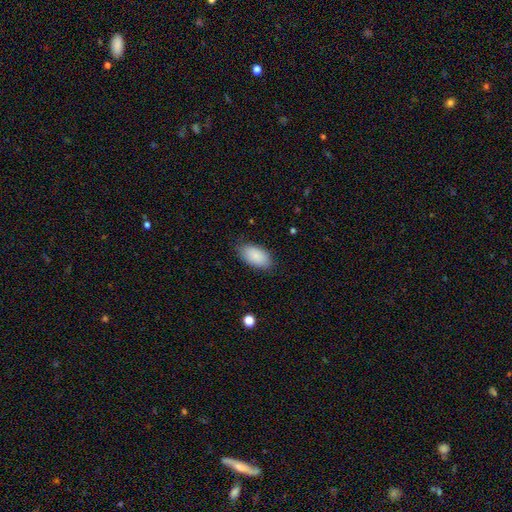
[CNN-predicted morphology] smooth-or-featured: smooth: 86% | featured or disk: 7% | star or artifact: 7%
  how-rounded: in between: 95% | round: 3% | cigar-shaped: 2%
  merging: none: 80% | minor disturbance: 15% | major disturbance: 3% | merger: 1%